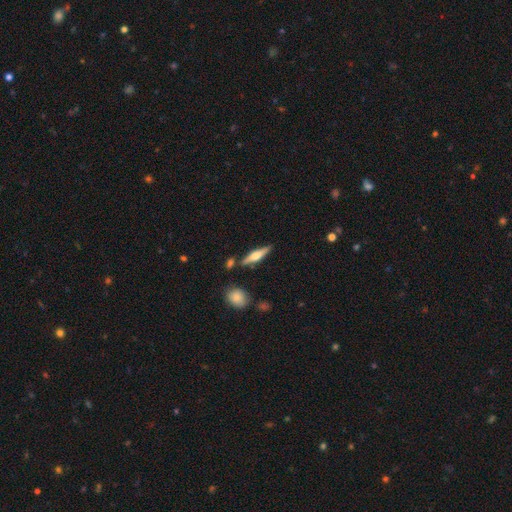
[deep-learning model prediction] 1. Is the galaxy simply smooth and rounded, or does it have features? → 55% featured or disk, 39% smooth, 7% star or artifact.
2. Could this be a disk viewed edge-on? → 96% yes, 4% no.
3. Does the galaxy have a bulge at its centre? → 83% rounded, 13% boxy, 4% none.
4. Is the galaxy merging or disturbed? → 80% none, 11% minor disturbance, 6% merger, 3% major disturbance.